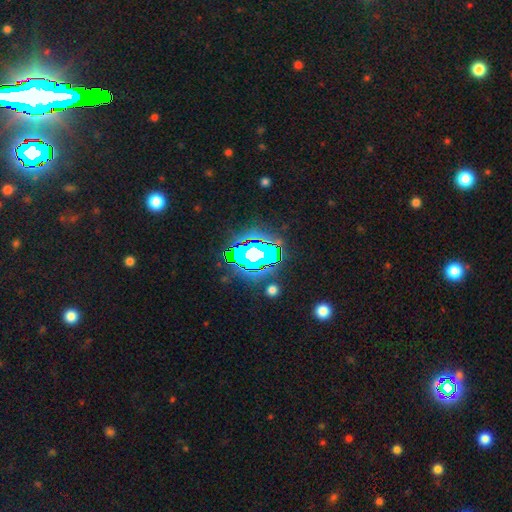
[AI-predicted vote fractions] Smooth or featured: star or artifact — 66% (featured or disk — 19%)